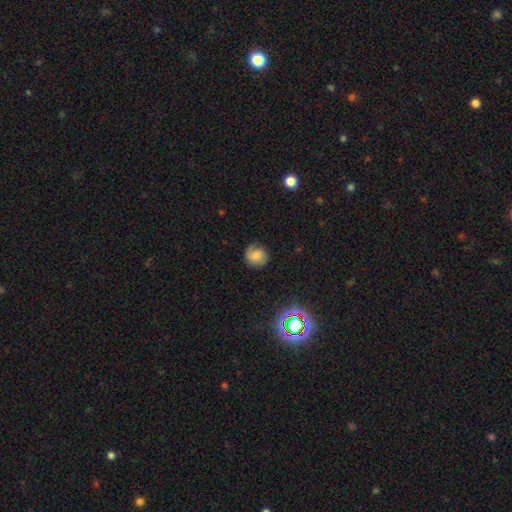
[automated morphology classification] Smooth or featured: smooth — 59% (featured or disk — 29%)
How rounded: round — 83% (in between — 16%)
Merging: none — 73% (minor disturbance — 19%)